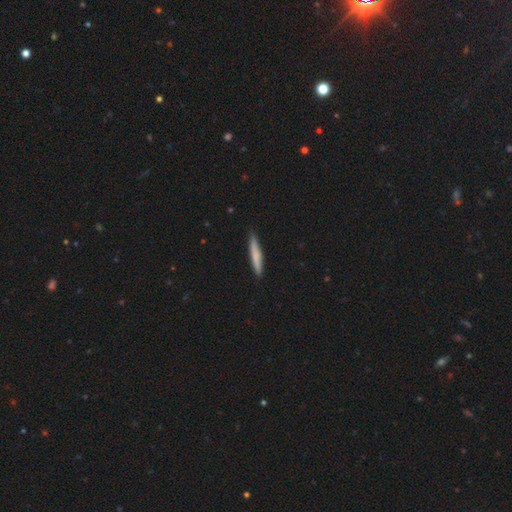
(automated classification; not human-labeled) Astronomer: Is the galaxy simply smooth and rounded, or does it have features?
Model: smooth — 71%.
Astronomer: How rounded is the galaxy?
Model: cigar-shaped — 95%.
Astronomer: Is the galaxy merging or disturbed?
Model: none — 91%.